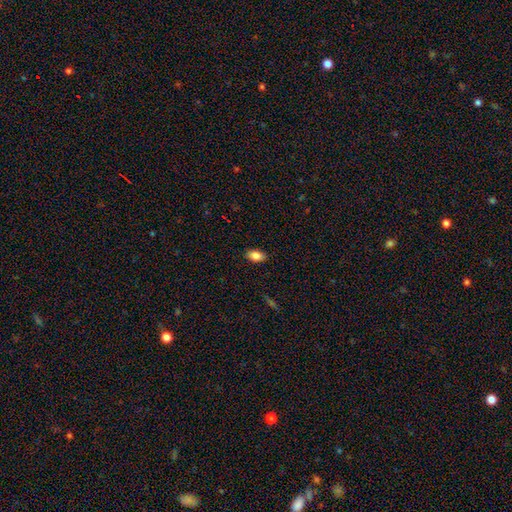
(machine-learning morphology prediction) Smooth or featured: smooth — 85% (star or artifact — 8%)
How rounded: in between — 90% (round — 8%)
Merging: none — 88% (minor disturbance — 9%)